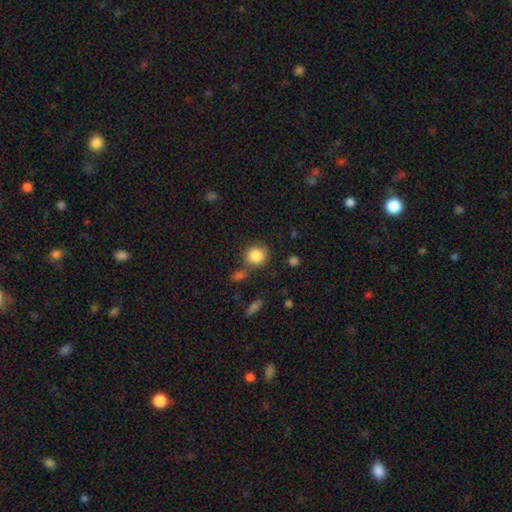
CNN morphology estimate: A smooth galaxy with no disk features (86%) that is round (85%). Merging: none (71%).